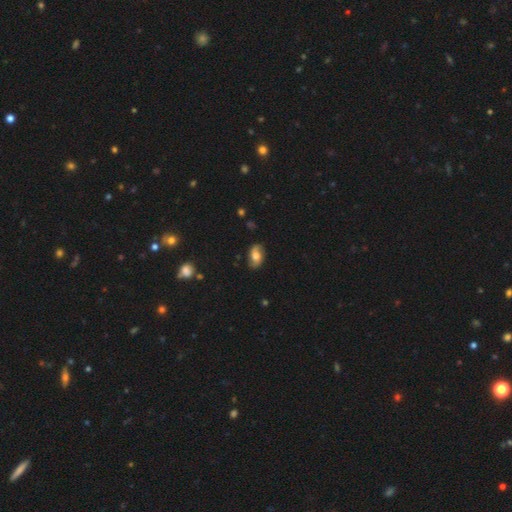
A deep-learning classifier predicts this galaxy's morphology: smooth_or_featured: smooth (p=0.48) [alt: featured or disk p=0.44]
merging: none (p=0.79) [alt: minor disturbance p=0.16]